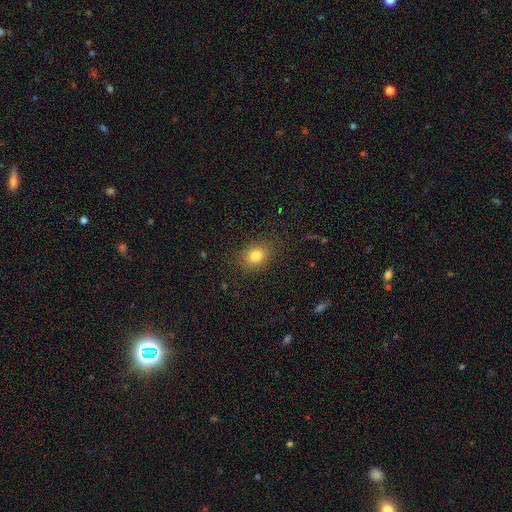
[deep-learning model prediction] This appears to be a smooth galaxy with no disk features (81%) that is round (53%). Merging: none (85%).